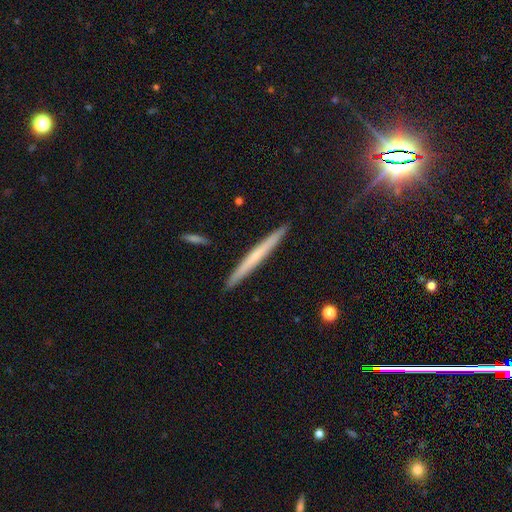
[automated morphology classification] smooth_or_featured: smooth (p=0.49) [alt: featured or disk p=0.44]
merging: none (p=0.92) [alt: minor disturbance p=0.06]